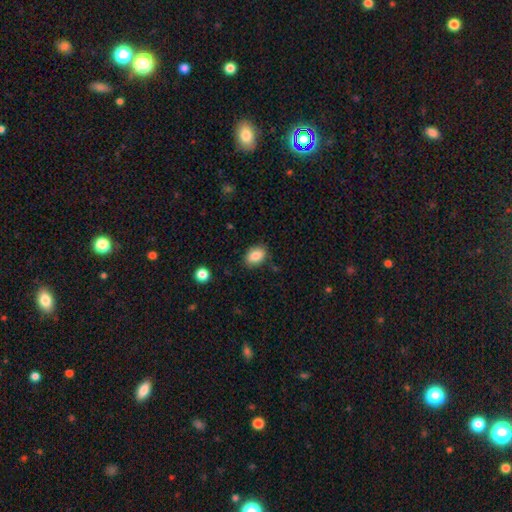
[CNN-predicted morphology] Smooth or featured? Predicted: smooth (p=0.86). How rounded? Predicted: in between (p=0.83). Merging? Predicted: none (p=0.82).